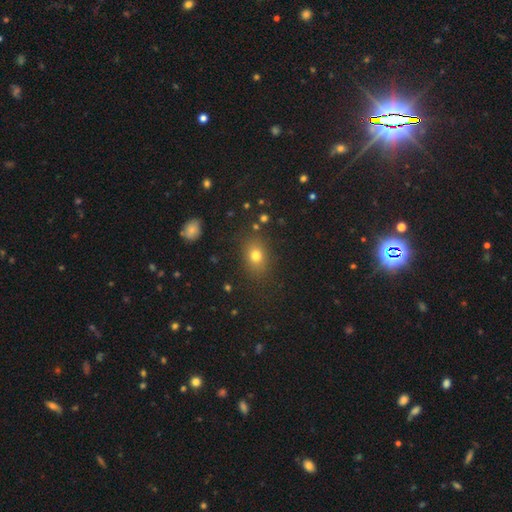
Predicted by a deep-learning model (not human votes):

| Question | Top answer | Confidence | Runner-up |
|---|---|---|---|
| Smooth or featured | smooth | 75% | star or artifact (15%) |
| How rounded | in between | 63% | round (36%) |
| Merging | none | 83% | minor disturbance (11%) |